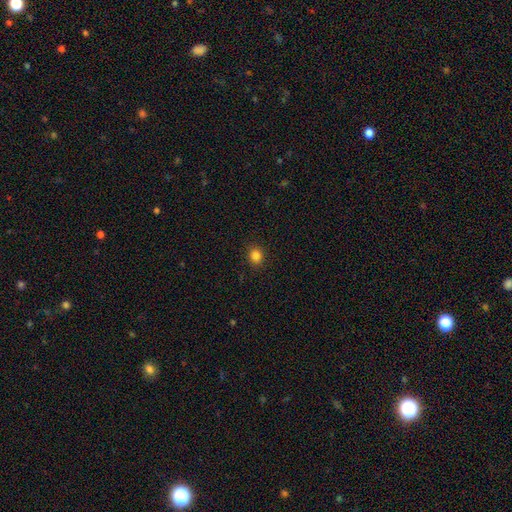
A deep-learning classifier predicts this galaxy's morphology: A smooth galaxy with no disk features (84%) that is round (78%).

Vote fractions:
- Smooth or featured? smooth: 84% / star or artifact: 12% / featured or disk: 4%
- How rounded? round: 78% / in between: 21% / cigar-shaped: 1%
- Merging? none: 90% / minor disturbance: 7% / major disturbance: 2% / merger: 1%